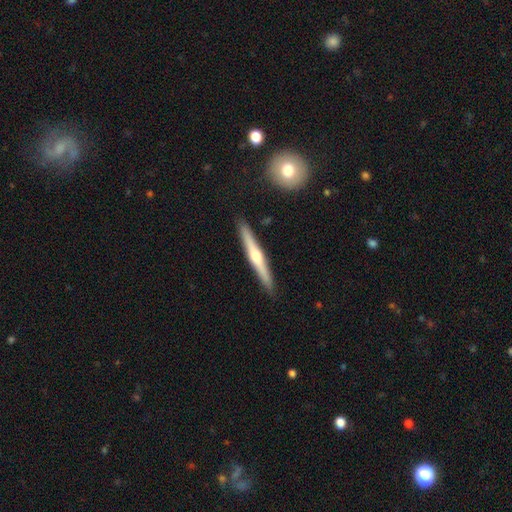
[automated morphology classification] Smooth or featured? featured or disk (66%)
Edge-on disk? yes (98%)
Edge-on bulge? rounded (87%)
Merging? none (90%)